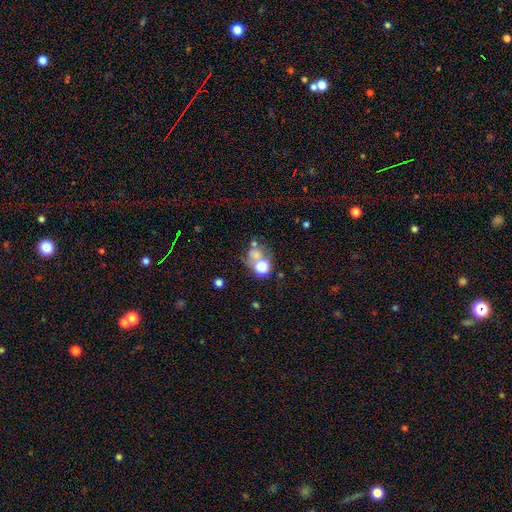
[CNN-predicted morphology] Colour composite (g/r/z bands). It shows a smooth galaxy with no disk features (53%) that is round (70%). Merging: none (41%).